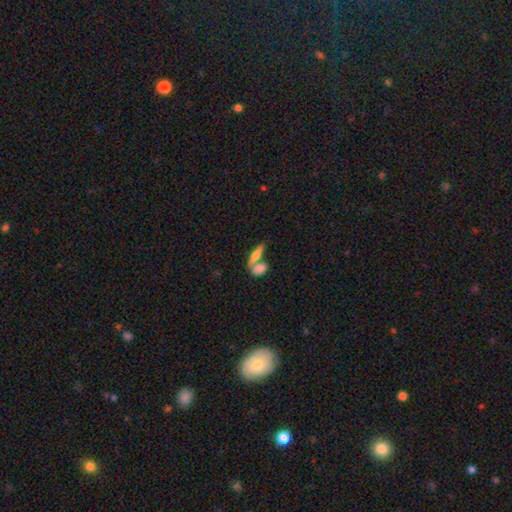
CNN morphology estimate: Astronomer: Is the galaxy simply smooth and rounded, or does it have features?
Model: smooth — 65%.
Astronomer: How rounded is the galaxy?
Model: in between — 54% (runner-up: cigar-shaped, 39%).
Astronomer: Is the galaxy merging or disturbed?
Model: merger — 46% (runner-up: none, 41%).